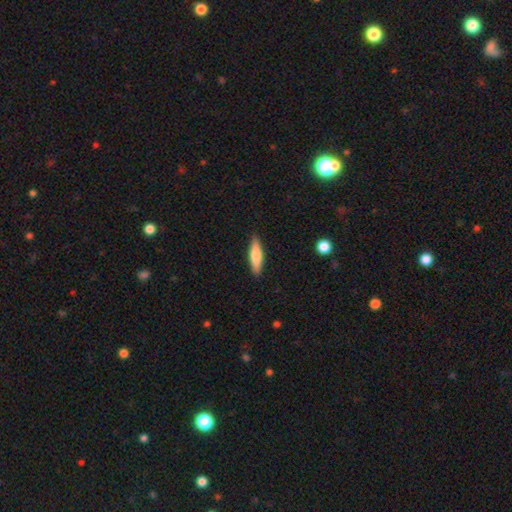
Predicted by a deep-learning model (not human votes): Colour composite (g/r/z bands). It shows a smooth galaxy with no disk features (67%) that is cigar-shaped (70%). Merging: none (88%).